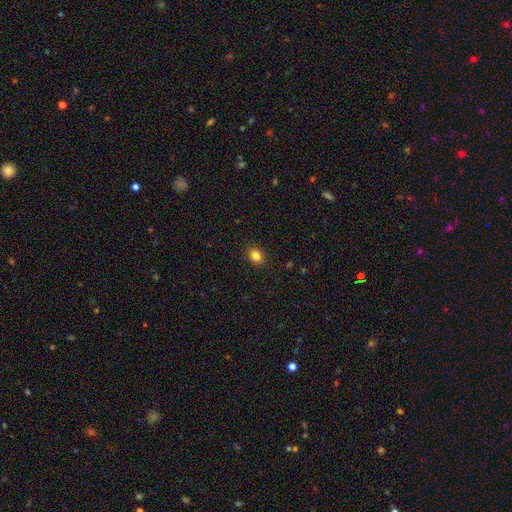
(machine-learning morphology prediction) Smooth or featured? smooth (84%)
How rounded? in between (52%)
Merging? none (89%)